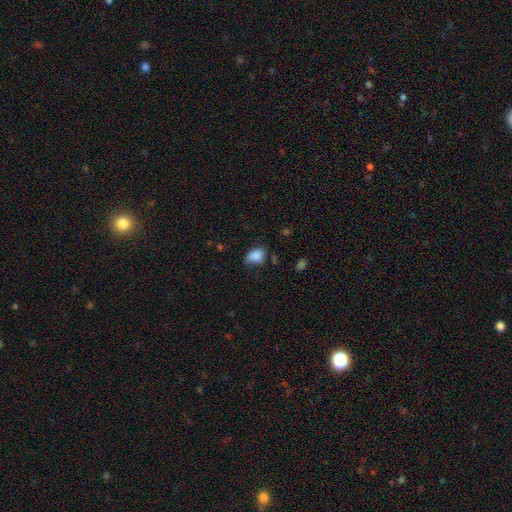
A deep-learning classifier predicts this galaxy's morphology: smooth 86%, star or artifact 9%, featured or disk 6%. Down the decision tree: how rounded — in between (77%); merging — none (62%).